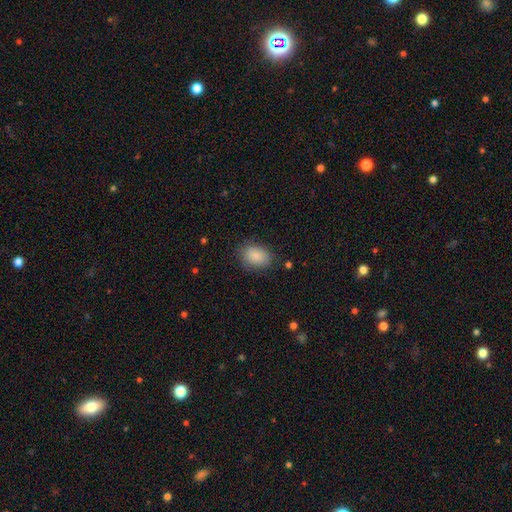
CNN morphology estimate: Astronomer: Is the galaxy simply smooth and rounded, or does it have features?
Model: smooth — 88%.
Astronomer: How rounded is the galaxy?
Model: in between — 78%.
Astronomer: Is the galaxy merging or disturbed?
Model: none — 80%.